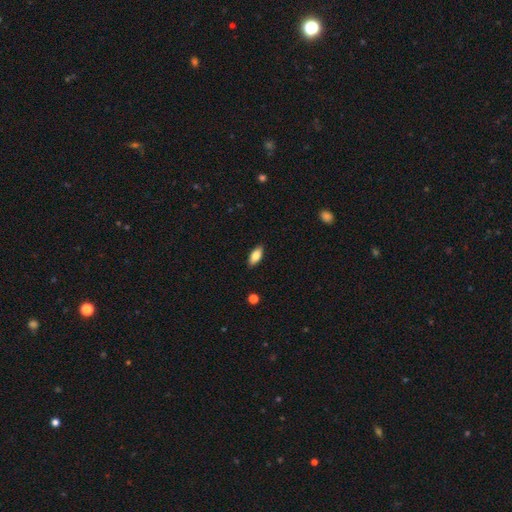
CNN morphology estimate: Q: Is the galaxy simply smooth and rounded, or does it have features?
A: smooth — 81%.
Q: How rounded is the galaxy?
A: in between — 86%.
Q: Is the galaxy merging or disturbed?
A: none — 88%.